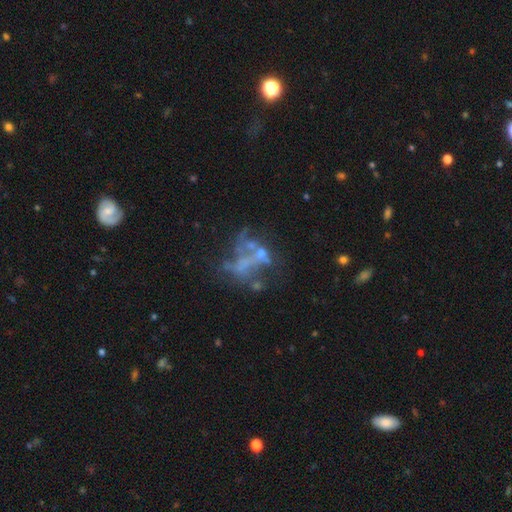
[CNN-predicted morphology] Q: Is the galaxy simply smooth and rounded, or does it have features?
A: featured or disk — 62%.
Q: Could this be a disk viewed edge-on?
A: no — 97%.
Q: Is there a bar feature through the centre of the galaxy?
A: no — 88%.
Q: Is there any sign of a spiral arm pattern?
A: no — 91%.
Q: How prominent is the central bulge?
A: none — 74%.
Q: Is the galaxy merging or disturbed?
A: none — 33%.